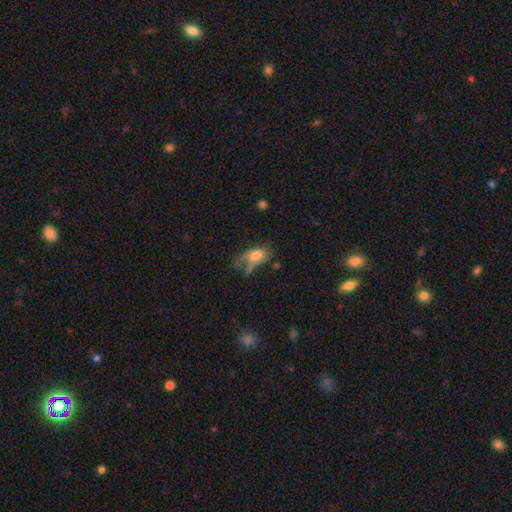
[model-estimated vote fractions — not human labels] Smooth or featured: smooth — 68% (featured or disk — 23%)
How rounded: in between — 86% (round — 10%)
Merging: major disturbance — 33% (none — 27%)